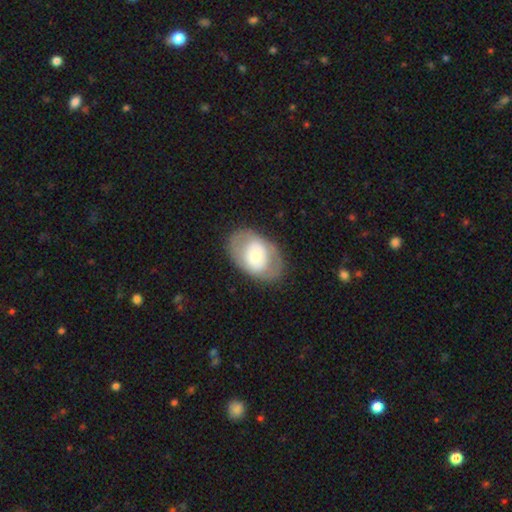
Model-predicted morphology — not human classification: This appears to be a smooth galaxy with no disk features (51%) that is in between round and cigar-shaped (80%). Merging: none (75%).